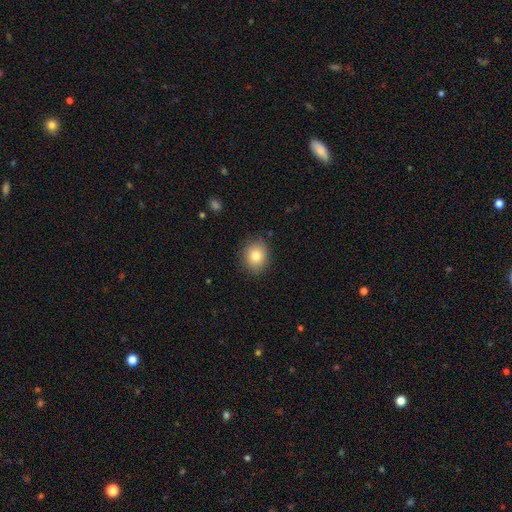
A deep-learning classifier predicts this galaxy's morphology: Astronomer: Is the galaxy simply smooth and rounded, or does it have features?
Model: smooth — 81%.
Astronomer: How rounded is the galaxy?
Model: round — 69%.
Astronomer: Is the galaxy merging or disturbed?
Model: none — 86%.